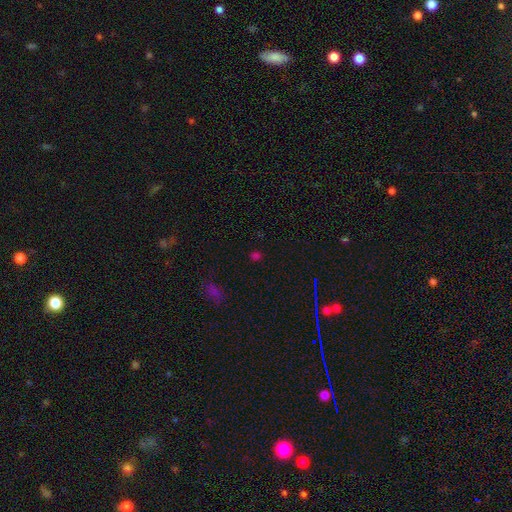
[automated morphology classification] A smooth galaxy with no disk features (52%) that is round (66%).

Vote fractions:
- Smooth or featured? smooth: 52% / star or artifact: 43% / featured or disk: 6%
- How rounded? round: 66% / in between: 31% / cigar-shaped: 3%
- Merging? none: 82% / minor disturbance: 10% / major disturbance: 4% / merger: 4%